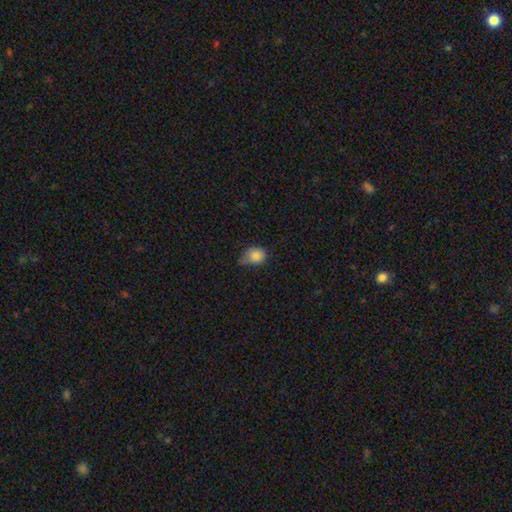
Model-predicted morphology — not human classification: This is clearly a smooth galaxy (84%). How rounded: possibly round (56%). Merging: marginally minor disturbance (44%).